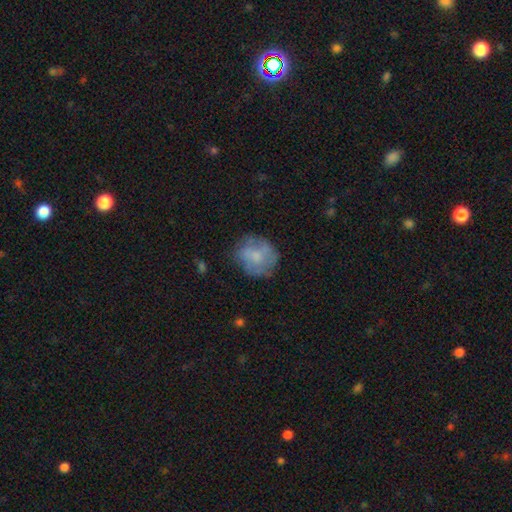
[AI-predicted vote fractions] Q: Smooth or featured?
A: smooth (57%); runner-up: featured or disk (34%)
Q: How rounded?
A: round (77%); runner-up: in between (22%)
Q: Merging?
A: none (65%); runner-up: minor disturbance (22%)